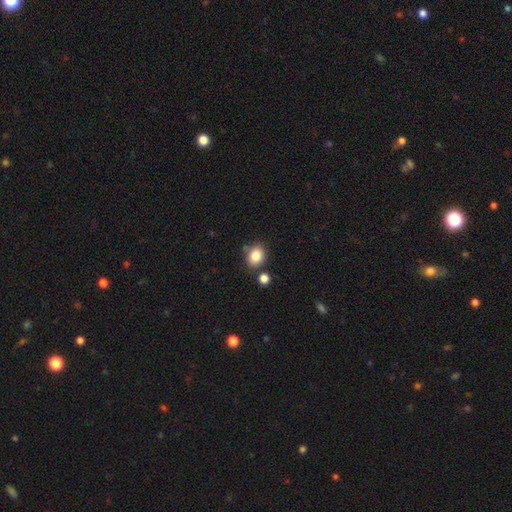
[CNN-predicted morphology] smooth 84%, star or artifact 10%, featured or disk 6%. Down the decision tree: how rounded — round (53%); merging — none (74%).